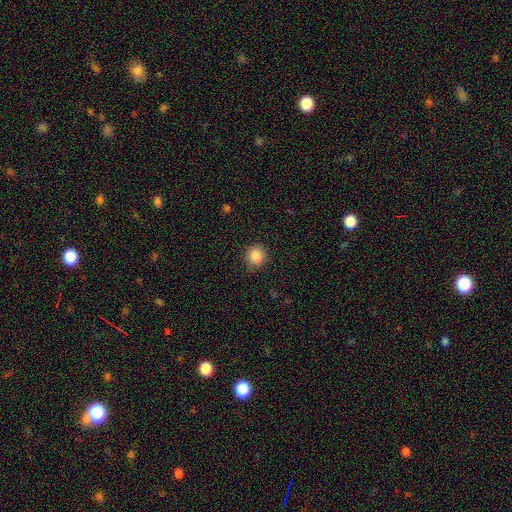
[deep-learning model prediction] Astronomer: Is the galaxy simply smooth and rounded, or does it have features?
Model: smooth — 87%.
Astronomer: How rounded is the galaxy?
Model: round — 85%.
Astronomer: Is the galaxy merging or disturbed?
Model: none — 87%.